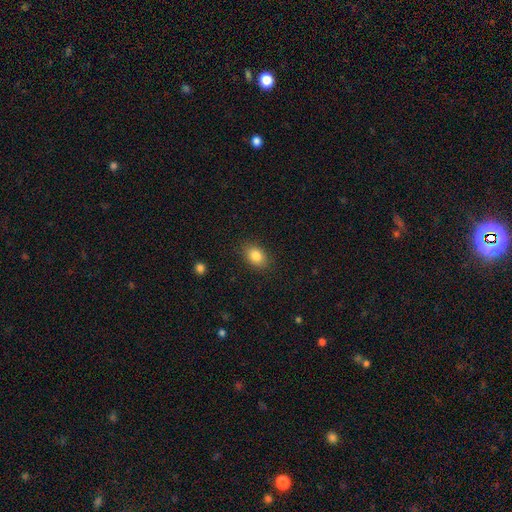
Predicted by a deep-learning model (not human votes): smooth 84%, star or artifact 9%, featured or disk 7%. Down the decision tree: how rounded — in between (81%); merging — none (86%).